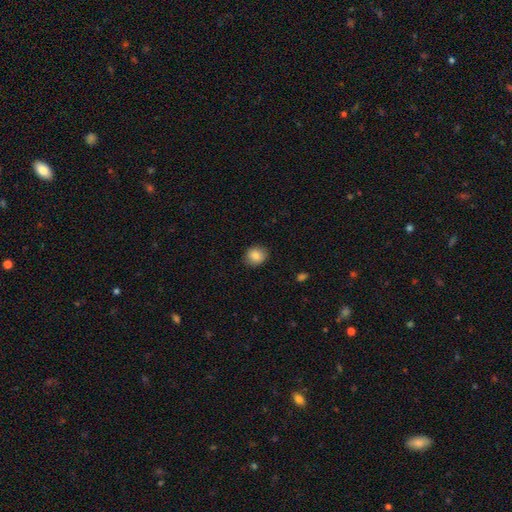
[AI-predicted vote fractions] Smooth or featured?
  - smooth: 84% *
  - star or artifact: 9%
  - featured or disk: 7%
How rounded?
  - round: 72% *
  - in between: 28%
  - cigar-shaped: 1%
Merging?
  - none: 88% *
  - minor disturbance: 9%
  - major disturbance: 2%
  - merger: 1%